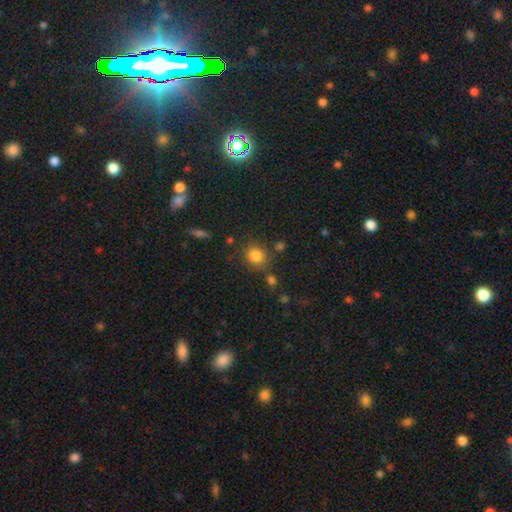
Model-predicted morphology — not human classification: A smooth galaxy with no disk features (82%) that is round (82%). Merging: none (75%).